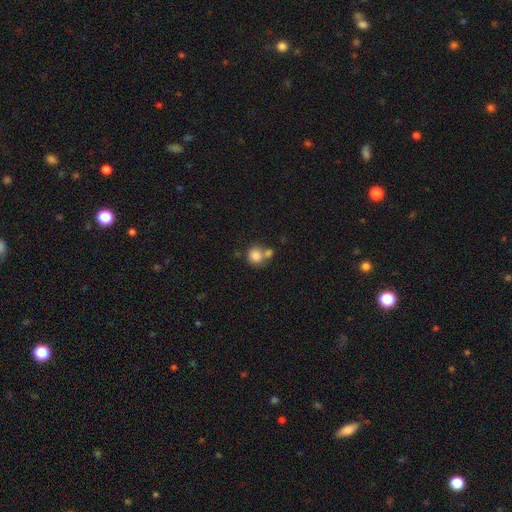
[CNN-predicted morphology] Overall: smooth (82%). How rounded: round (82%). Merging: none (44%; merger 42%).